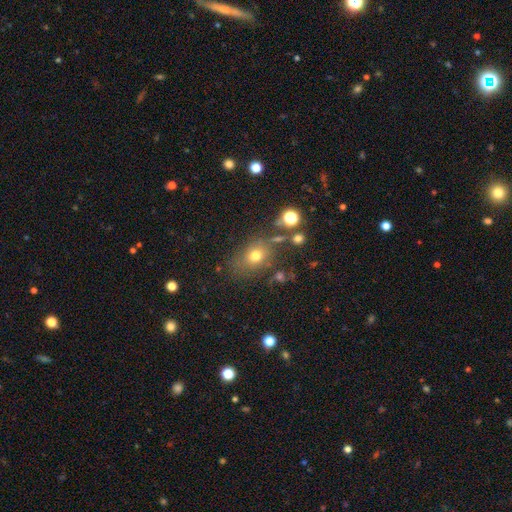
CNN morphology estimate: smooth 70%, star or artifact 17%, featured or disk 13%. Down the decision tree: how rounded — in between (55%); merging — none (67%).